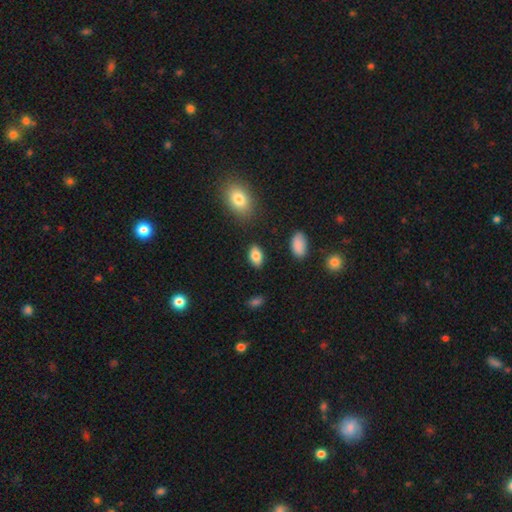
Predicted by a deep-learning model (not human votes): Smooth or featured? Predicted: smooth (p=0.83). How rounded? Predicted: in between (p=0.91). Merging? Predicted: none (p=0.87).